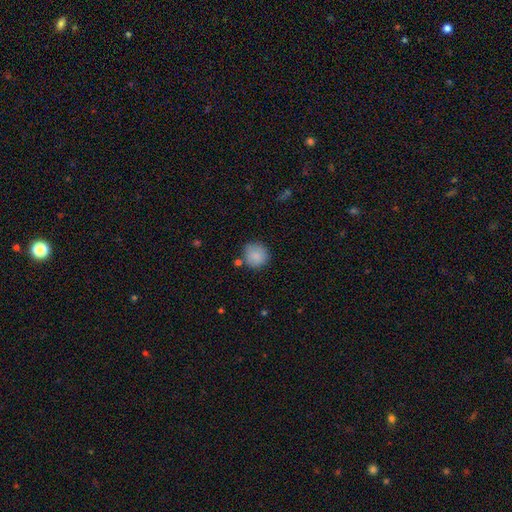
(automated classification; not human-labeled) Smooth or featured? smooth (87%)
How rounded? round (92%)
Merging? none (79%)